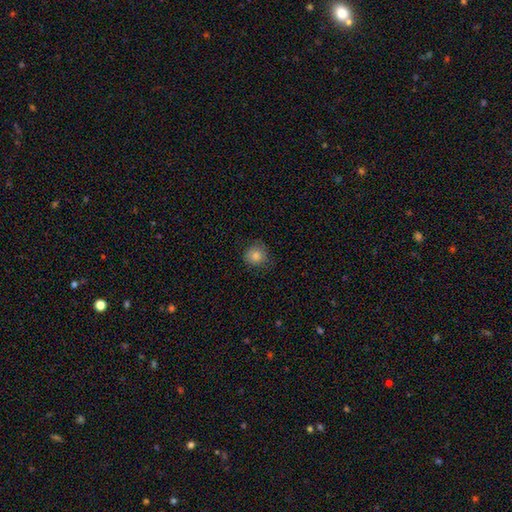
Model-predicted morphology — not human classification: Q: Smooth or featured?
A: smooth (81%); runner-up: star or artifact (12%)
Q: How rounded?
A: round (91%); runner-up: in between (8%)
Q: Merging?
A: none (82%); runner-up: minor disturbance (14%)